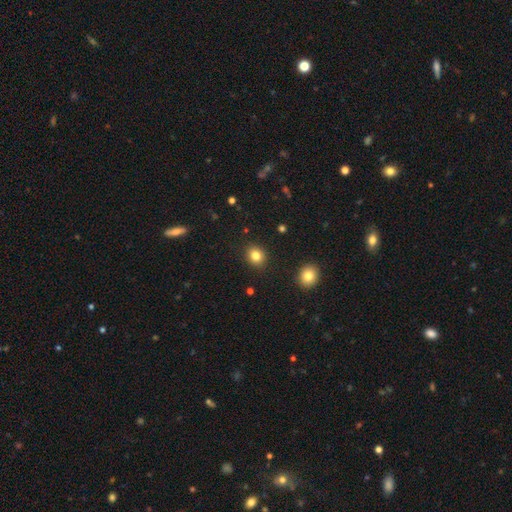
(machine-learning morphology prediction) A smooth galaxy with no disk features (82%) that is round (71%). Merging: none (90%).